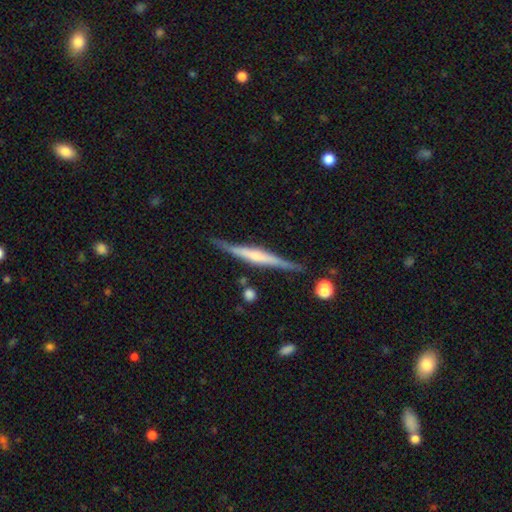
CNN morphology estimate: A featured or disk galaxy (77%) viewed edge-on (98%) with a rounded central bulge (59%).

Vote fractions:
- Smooth or featured? featured or disk: 77% / smooth: 17% / star or artifact: 6%
- Edge-on disk? yes: 98% / no: 2%
- Edge-on bulge? rounded: 59% / none: 22% / boxy: 19%
- Merging? none: 87% / minor disturbance: 9% / merger: 2% / major disturbance: 2%